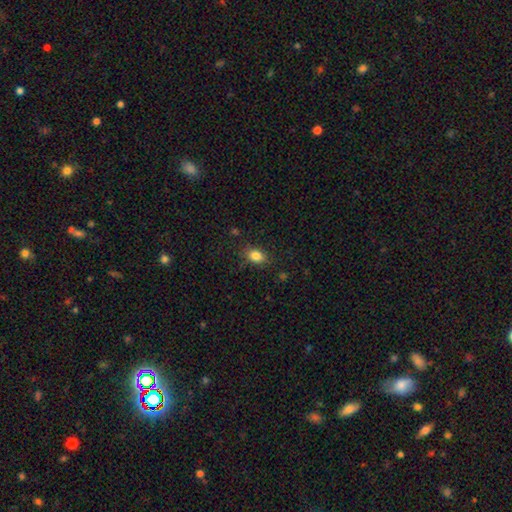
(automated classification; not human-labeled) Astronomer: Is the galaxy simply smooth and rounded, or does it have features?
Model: smooth — 84%.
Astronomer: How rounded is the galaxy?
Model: in between — 78%.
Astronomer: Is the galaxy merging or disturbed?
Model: none — 84%.